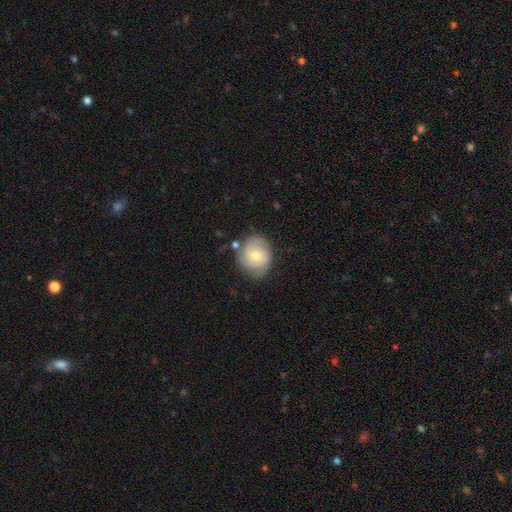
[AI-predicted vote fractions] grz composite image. It shows a featured or disk galaxy (61%) with no bar (68%), 2 (38%) tight (50%) spiral arms (89%) and a moderate central bulge (62%). Merging: none (70%).